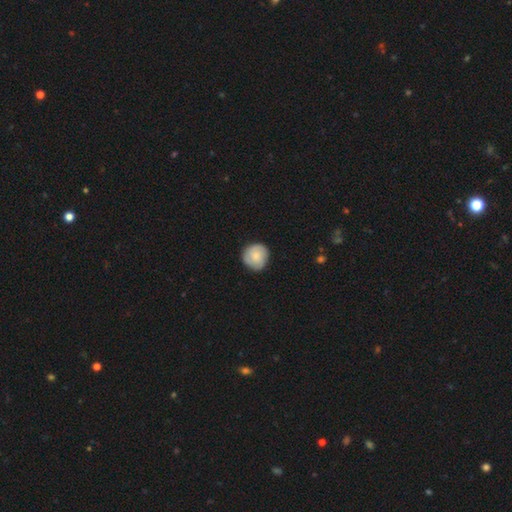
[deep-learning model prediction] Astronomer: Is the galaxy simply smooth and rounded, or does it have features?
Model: smooth — 74%.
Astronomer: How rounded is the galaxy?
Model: round — 92%.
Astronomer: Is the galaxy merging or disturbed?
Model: none — 84%.